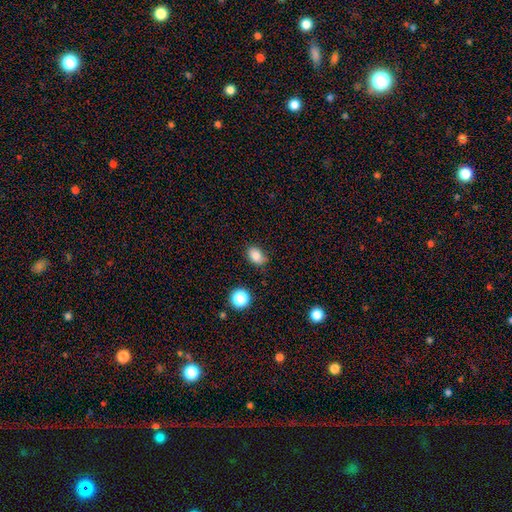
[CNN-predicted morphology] type=smooth (84%); roundness=in between (78%); merging=none (75%).